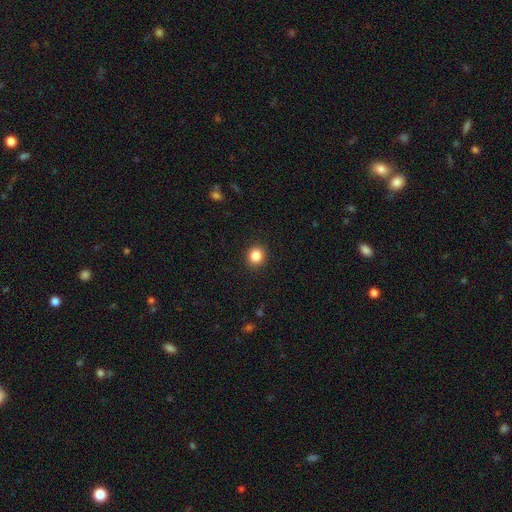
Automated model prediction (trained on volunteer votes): Q: Smooth or featured?
A: smooth (85%); runner-up: star or artifact (10%)
Q: How rounded?
A: round (86%); runner-up: in between (13%)
Q: Merging?
A: none (92%); runner-up: minor disturbance (5%)